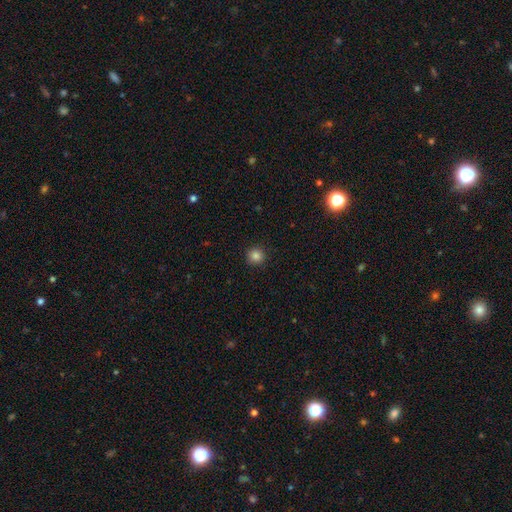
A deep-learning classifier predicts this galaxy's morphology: Smooth or featured? Predicted: smooth (p=0.84). How rounded? Predicted: round (p=0.94). Merging? Predicted: none (p=0.92).